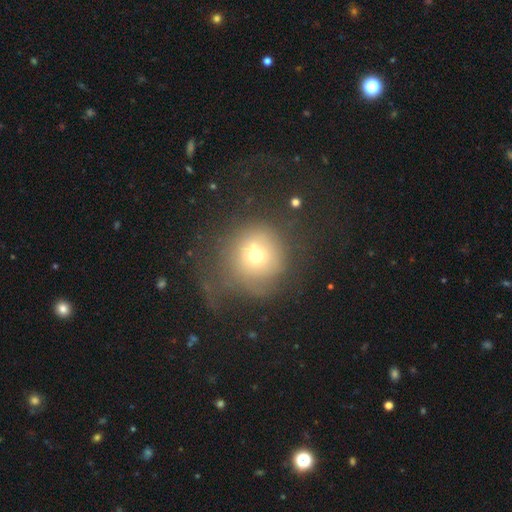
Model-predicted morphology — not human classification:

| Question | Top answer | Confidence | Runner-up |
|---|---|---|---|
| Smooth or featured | smooth | 59% | featured or disk (26%) |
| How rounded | round | 92% | in between (7%) |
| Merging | none | 39% | major disturbance (30%) |